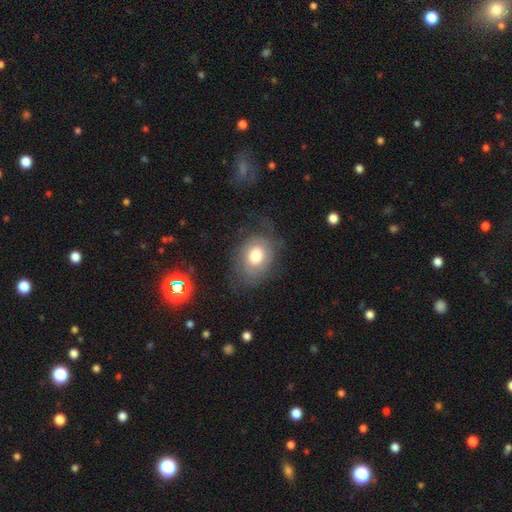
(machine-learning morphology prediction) Smooth or featured? smooth (48%)
Merging? none (57%)